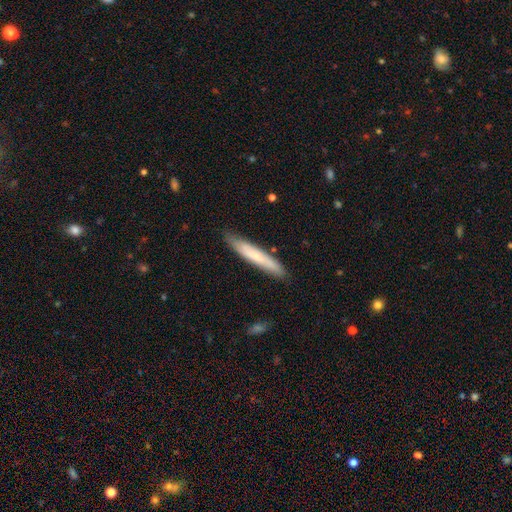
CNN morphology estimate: Smooth or featured: smooth — 63% (featured or disk — 32%)
How rounded: cigar-shaped — 93% (in between — 6%)
Merging: none — 84% (minor disturbance — 12%)